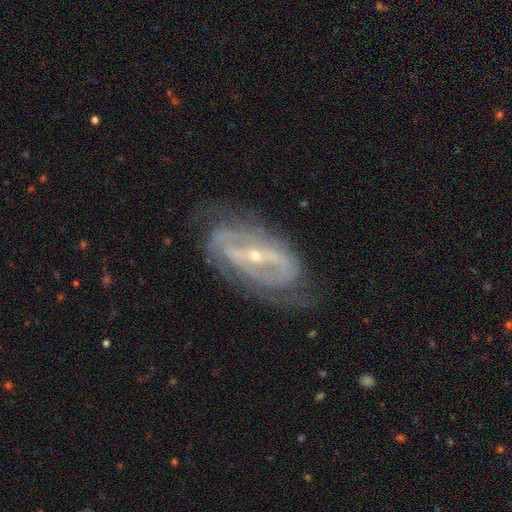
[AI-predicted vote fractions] The model was most divided on "spiral winding": tight: 45%, medium: 38%, loose: 17%. More confident: edge-on disk — no (92%); smooth or featured — featured or disk (86%); spiral arms — yes (84%); bulge size — small (72%); merging — none (67%); bar — strong (62%); spiral arm count — 2 (56%).